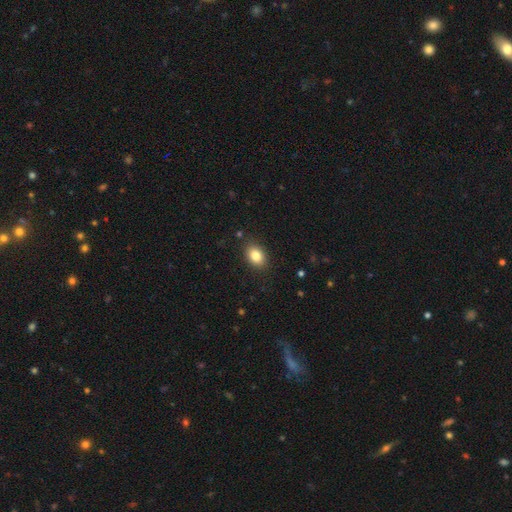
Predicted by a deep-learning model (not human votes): Q: Smooth or featured?
A: smooth (83%); runner-up: star or artifact (9%)
Q: How rounded?
A: in between (75%); runner-up: round (24%)
Q: Merging?
A: none (86%); runner-up: minor disturbance (10%)